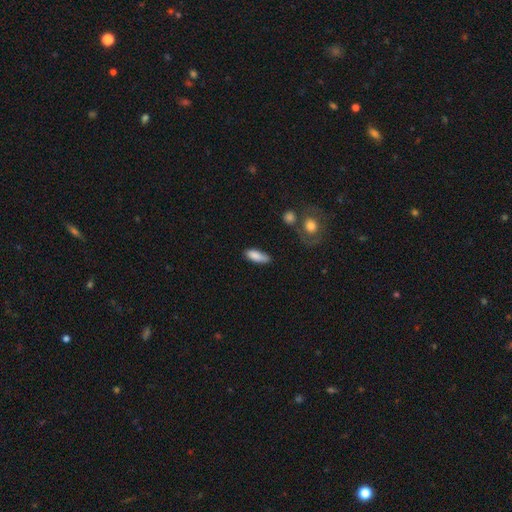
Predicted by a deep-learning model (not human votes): The model was most divided on "how rounded": in between: 66%, cigar-shaped: 31%, round: 2%. More confident: smooth or featured — smooth (86%); merging — none (68%).